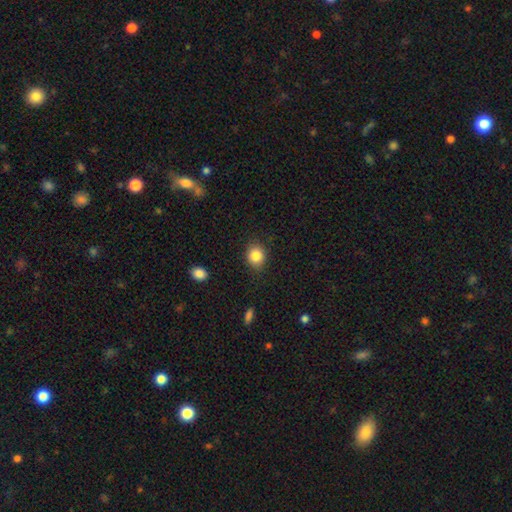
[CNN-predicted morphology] Smooth or featured? smooth (85%)
How rounded? round (65%)
Merging? none (84%)